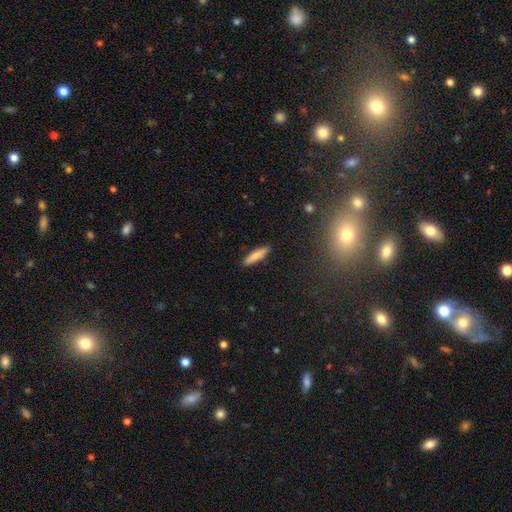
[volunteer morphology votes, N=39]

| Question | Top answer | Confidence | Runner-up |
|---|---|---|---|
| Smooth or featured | smooth | 82% | featured or disk (13%) |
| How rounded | cigar-shaped | 81% | in between (19%) |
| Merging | none | 76% | minor disturbance (19%) |